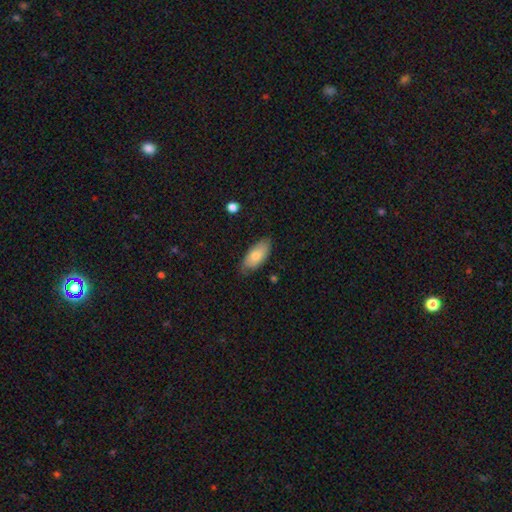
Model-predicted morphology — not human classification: Smooth or featured?
  - smooth: 75% *
  - featured or disk: 19%
  - star or artifact: 6%
How rounded?
  - in between: 86% *
  - cigar-shaped: 11%
  - round: 2%
Merging?
  - none: 77% *
  - minor disturbance: 19%
  - major disturbance: 3%
  - merger: 1%